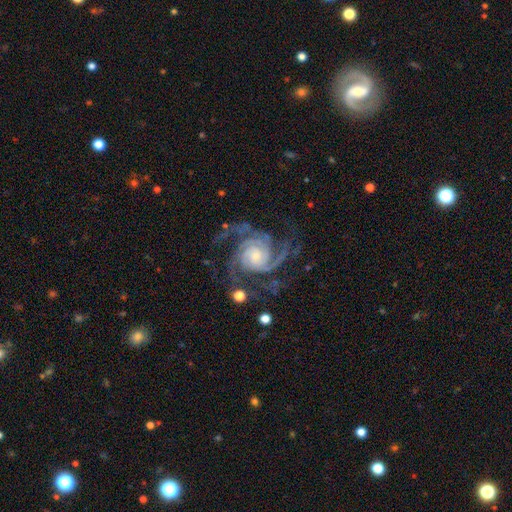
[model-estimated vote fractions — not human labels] This is clearly a featured or disk galaxy (93%). It is clearly not viewed edge-on (98%). Bar: likely no (68%). Spiral arm pattern: clearly yes (99%). Spiral arm count: marginally 3 (38%). Spiral winding: possibly tight (51%). Central bulge: possibly small (52%). Merging: likely none (65%).